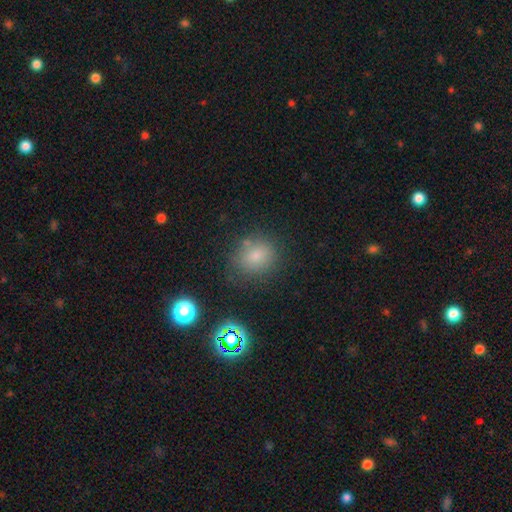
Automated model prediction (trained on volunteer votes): A smooth galaxy with no disk features (75%) that is round (67%). Merging: none (73%).